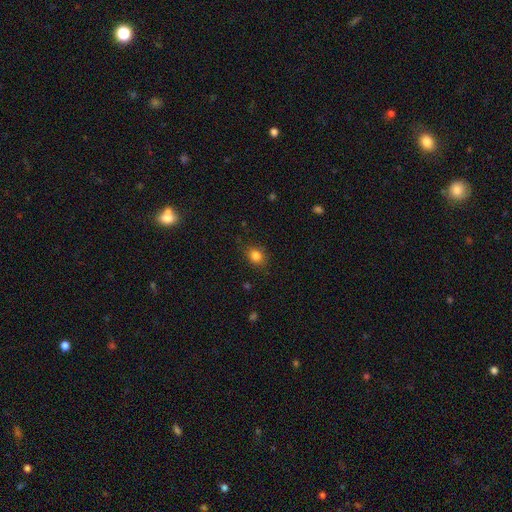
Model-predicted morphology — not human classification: smooth 83%, star or artifact 12%, featured or disk 5%. Down the decision tree: how rounded — round (63%); merging — none (81%).